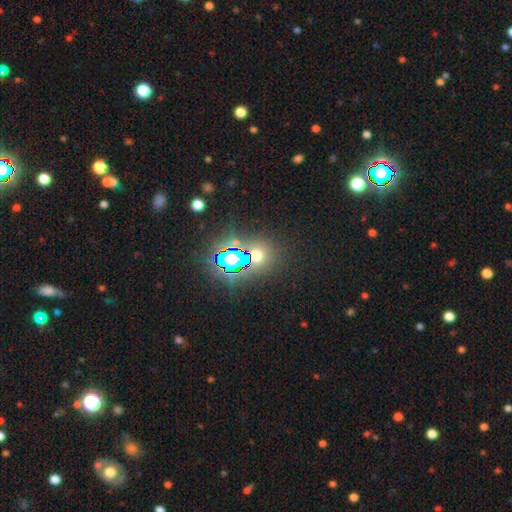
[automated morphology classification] Q: Smooth or featured?
A: star or artifact (54%); runner-up: smooth (37%)